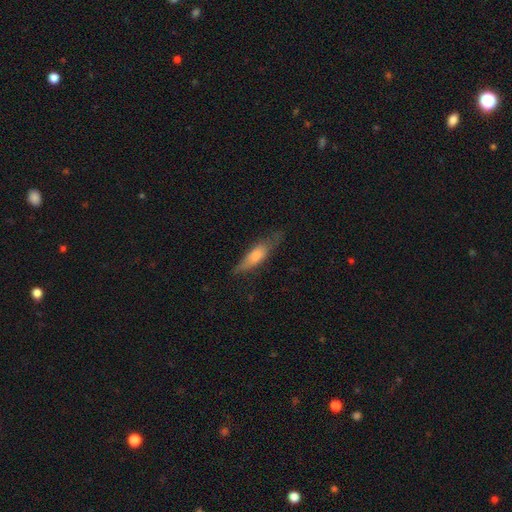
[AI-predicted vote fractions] A smooth galaxy with no disk features (69%) that is cigar-shaped (54%).

Vote fractions:
- Smooth or featured? smooth: 69% / featured or disk: 24% / star or artifact: 7%
- How rounded? cigar-shaped: 54% / in between: 44% / round: 2%
- Merging? none: 59% / minor disturbance: 29% / major disturbance: 11% / merger: 2%